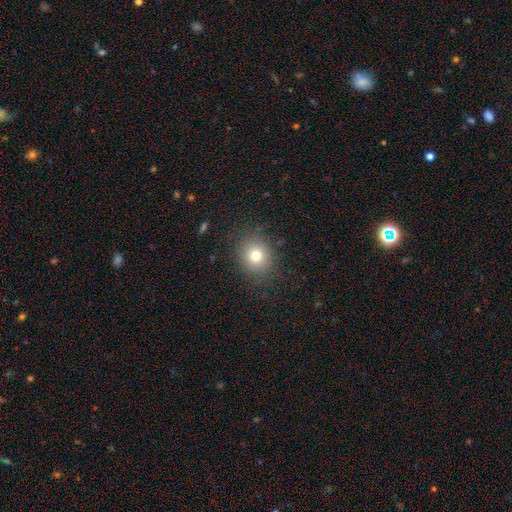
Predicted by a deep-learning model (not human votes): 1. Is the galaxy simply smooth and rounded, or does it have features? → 76% smooth, 14% star or artifact, 11% featured or disk.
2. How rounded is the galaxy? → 76% round, 23% in between, 1% cigar-shaped.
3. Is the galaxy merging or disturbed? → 86% none, 9% minor disturbance, 4% major disturbance, 1% merger.